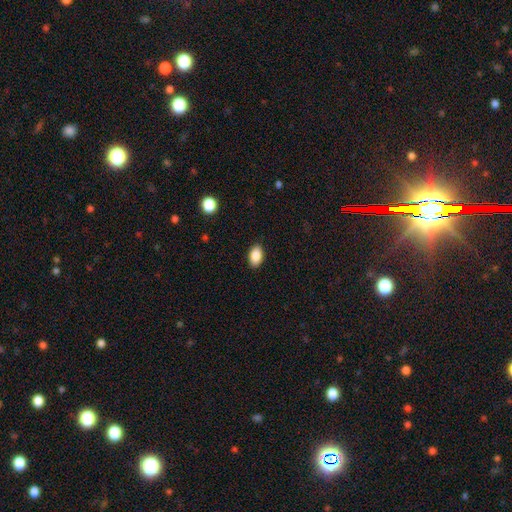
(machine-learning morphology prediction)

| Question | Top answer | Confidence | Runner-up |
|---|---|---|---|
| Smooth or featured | smooth | 88% | star or artifact (8%) |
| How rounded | in between | 92% | round (7%) |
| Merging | none | 89% | minor disturbance (8%) |